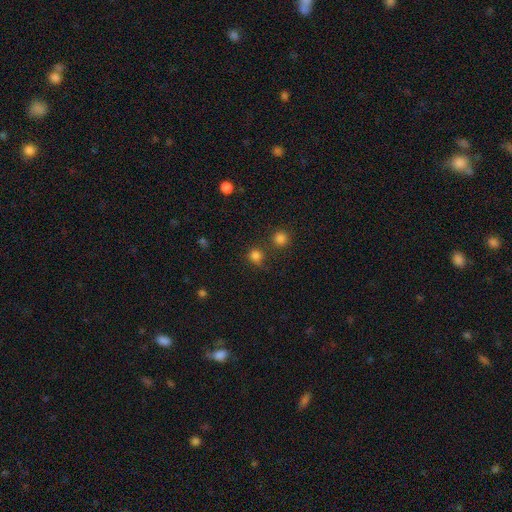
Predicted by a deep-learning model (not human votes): smooth-or-featured: smooth: 78% | star or artifact: 17% | featured or disk: 5%
  how-rounded: round: 86% | in between: 13% | cigar-shaped: 1%
  merging: none: 66% | minor disturbance: 14% | merger: 13% | major disturbance: 7%